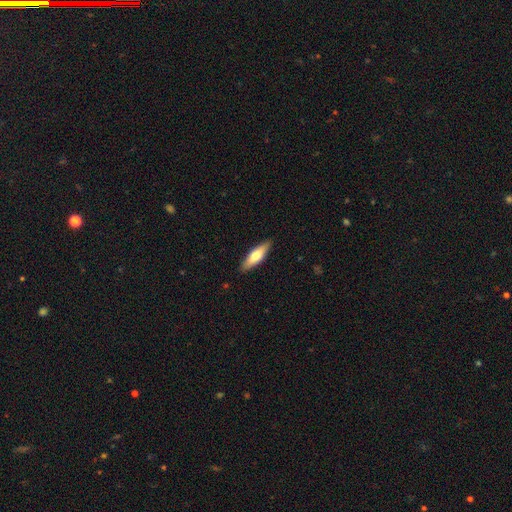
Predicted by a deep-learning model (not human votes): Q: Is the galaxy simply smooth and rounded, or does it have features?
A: smooth — 63%.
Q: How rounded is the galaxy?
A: cigar-shaped — 56%.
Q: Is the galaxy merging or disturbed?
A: none — 89%.